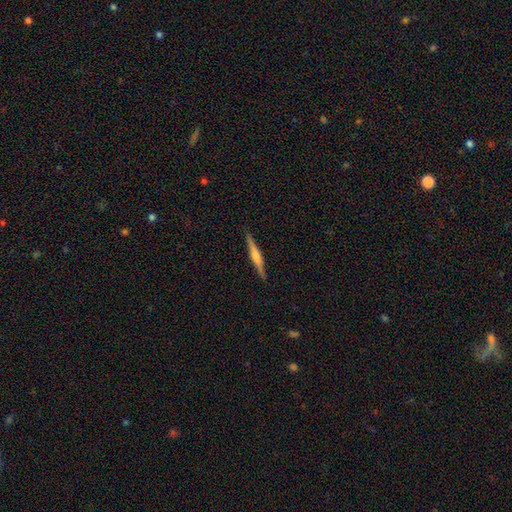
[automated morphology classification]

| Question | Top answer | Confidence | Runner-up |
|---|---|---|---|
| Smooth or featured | featured or disk | 68% | smooth (26%) |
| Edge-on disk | yes | 98% | no (2%) |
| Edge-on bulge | rounded | 65% | boxy (20%) |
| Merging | none | 91% | minor disturbance (7%) |